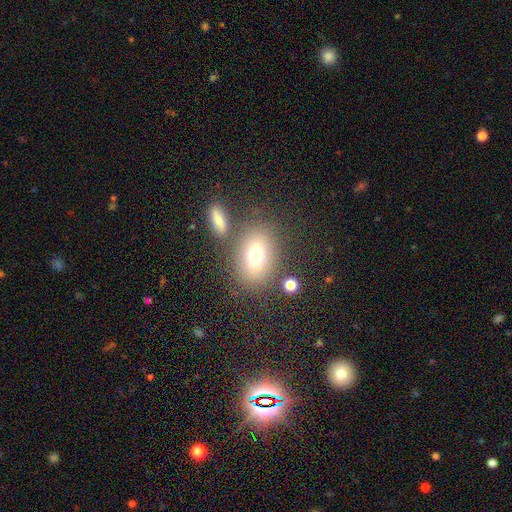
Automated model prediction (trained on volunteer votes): This appears to be a smooth galaxy with no disk features (73%) that is in between round and cigar-shaped (72%). Merging: none (71%).